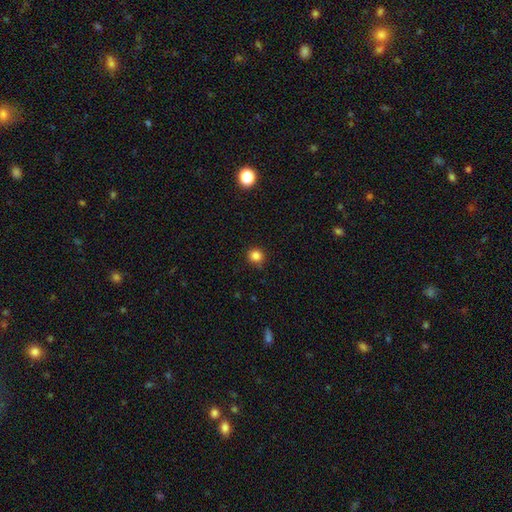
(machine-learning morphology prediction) smooth_or_featured: smooth (p=0.84) [alt: star or artifact p=0.12]
how_rounded: round (p=0.92) [alt: in between p=0.07]
merging: none (p=0.87) [alt: minor disturbance p=0.10]